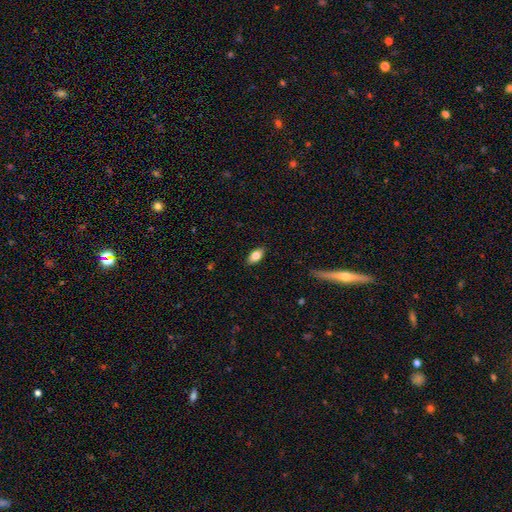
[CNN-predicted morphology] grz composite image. It shows a smooth galaxy with no disk features (80%) that is in between round and cigar-shaped (90%). Merging: none (87%).